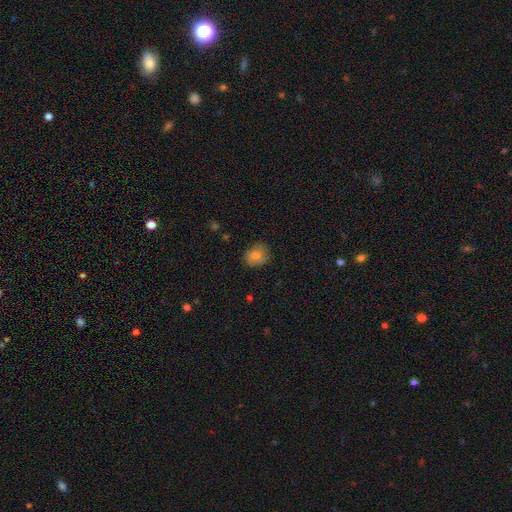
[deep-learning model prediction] This appears to be a smooth galaxy with no disk features (76%) that is round (75%). Merging: none (80%).